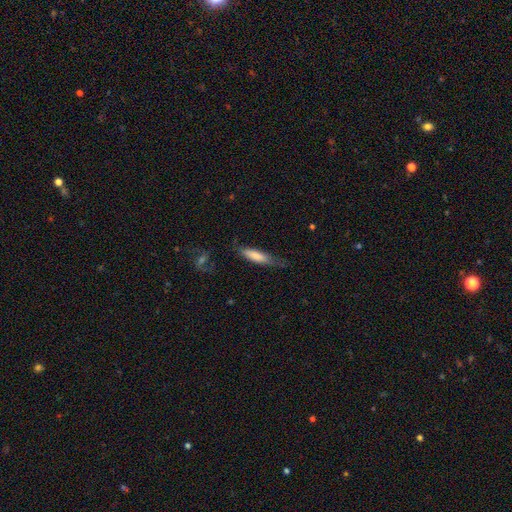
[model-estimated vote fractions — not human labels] Morphology: type=smooth (72%); roundness=cigar-shaped (75%); merging=none (60%).